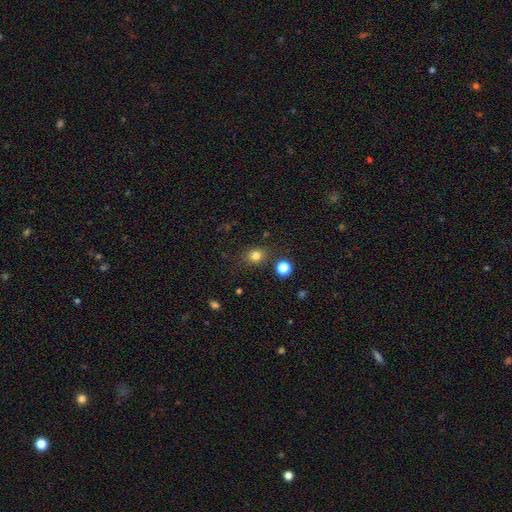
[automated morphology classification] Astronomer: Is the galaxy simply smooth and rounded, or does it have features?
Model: smooth — 80%.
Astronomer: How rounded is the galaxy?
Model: round — 65%.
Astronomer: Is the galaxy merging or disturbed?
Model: none — 80%.